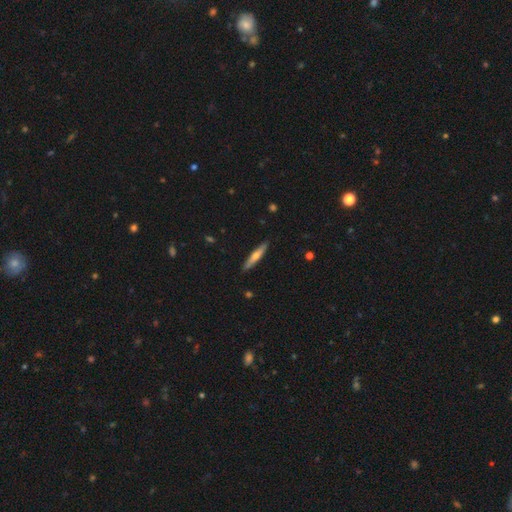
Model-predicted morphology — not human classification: A smooth galaxy with no disk features (50%). Merging: none (90%).